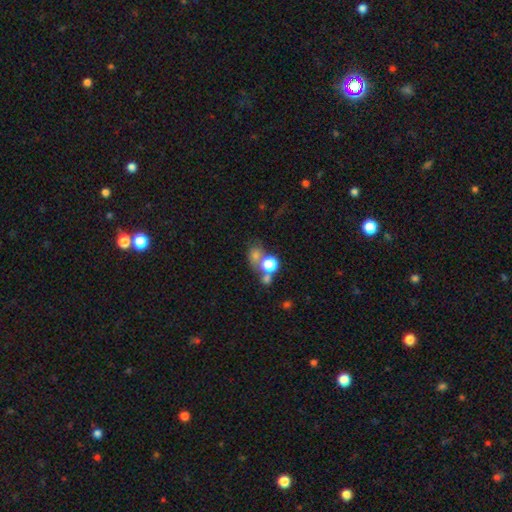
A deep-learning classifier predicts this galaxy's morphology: smooth-or-featured: smooth: 64% | star or artifact: 25% | featured or disk: 11%
  how-rounded: round: 66% | in between: 33% | cigar-shaped: 2%
  merging: none: 49% | merger: 31% | minor disturbance: 12% | major disturbance: 9%